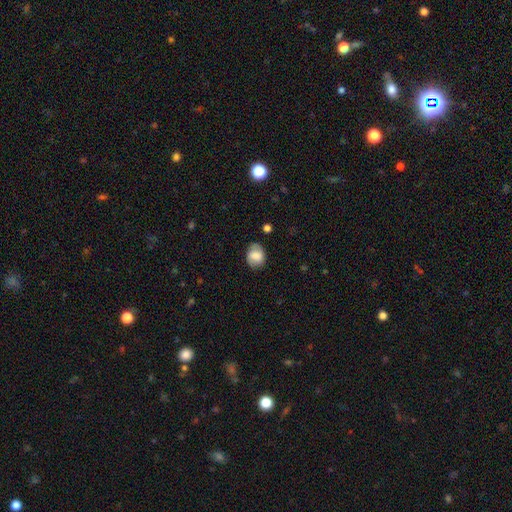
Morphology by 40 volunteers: This is clearly a smooth galaxy (85%). How rounded: likely in between (65%). Merging: likely none (72%).